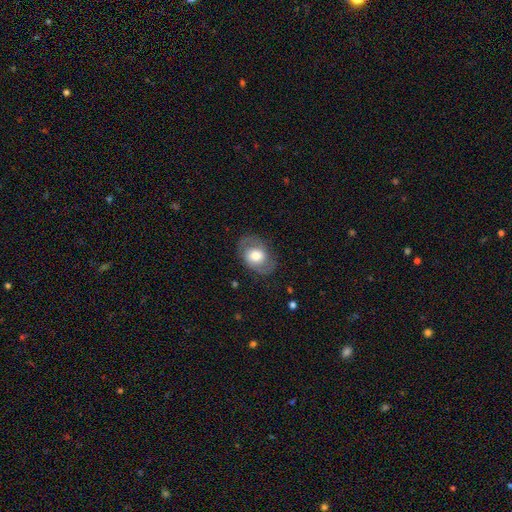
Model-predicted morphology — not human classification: A featured or disk galaxy (49%). Merging: none (77%).